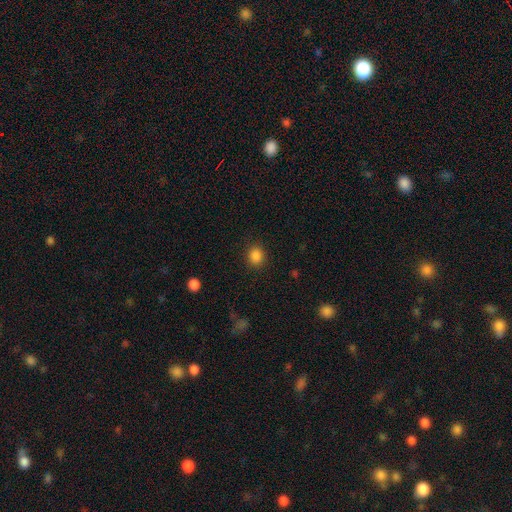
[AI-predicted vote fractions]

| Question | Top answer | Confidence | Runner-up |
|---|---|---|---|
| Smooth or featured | smooth | 86% | star or artifact (11%) |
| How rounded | round | 72% | in between (27%) |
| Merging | none | 89% | minor disturbance (7%) |